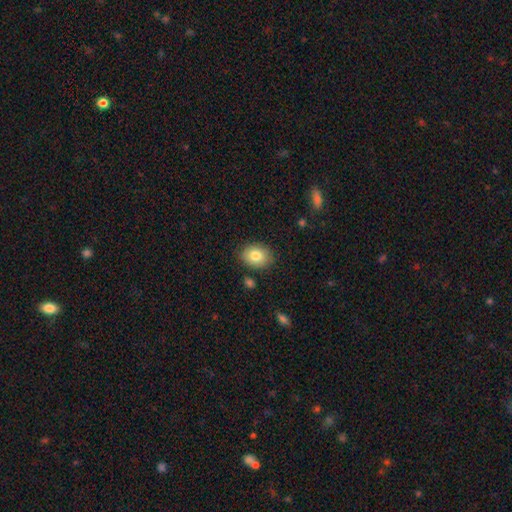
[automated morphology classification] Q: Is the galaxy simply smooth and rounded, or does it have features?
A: smooth — 81%.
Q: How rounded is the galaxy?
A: in between — 64%.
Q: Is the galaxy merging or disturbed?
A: none — 84%.